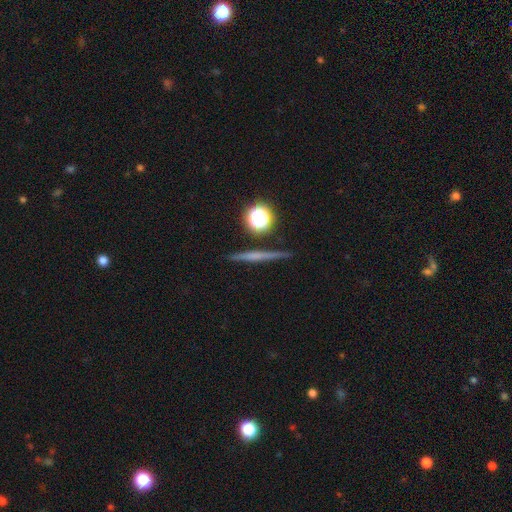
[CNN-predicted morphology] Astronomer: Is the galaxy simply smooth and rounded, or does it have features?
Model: featured or disk — 49% (runner-up: smooth, 37%).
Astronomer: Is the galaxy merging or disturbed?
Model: none — 88%.